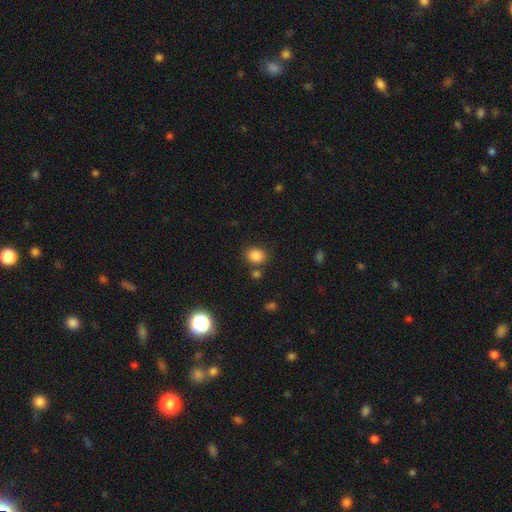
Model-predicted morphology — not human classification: This appears to be a smooth galaxy with no disk features (84%) that is round (56%). Merging: none (77%).